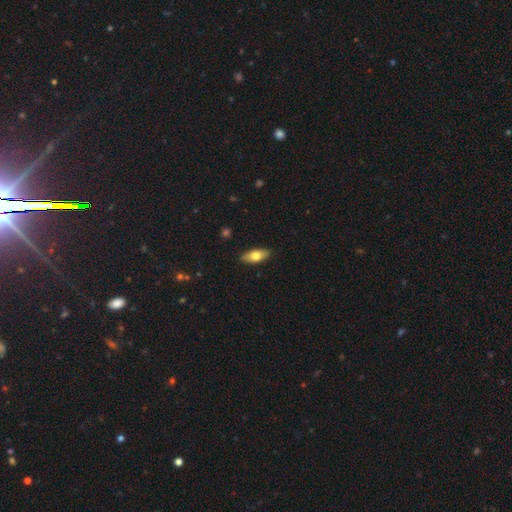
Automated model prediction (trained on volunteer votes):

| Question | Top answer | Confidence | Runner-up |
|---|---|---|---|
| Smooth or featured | smooth | 71% | featured or disk (23%) |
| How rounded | in between | 81% | cigar-shaped (16%) |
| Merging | none | 88% | minor disturbance (9%) |